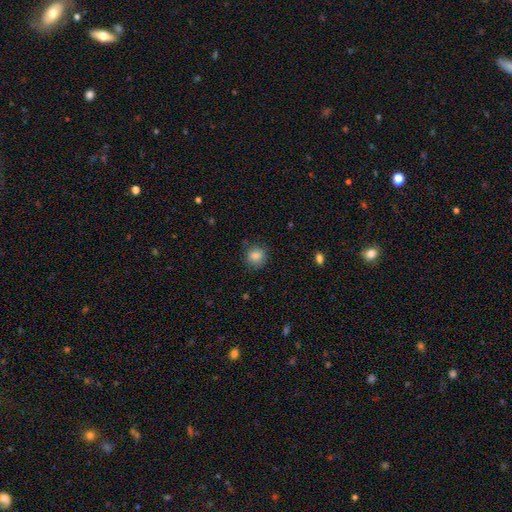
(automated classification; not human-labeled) This is clearly a smooth galaxy (85%). How rounded: clearly round (83%). Merging: clearly none (82%).